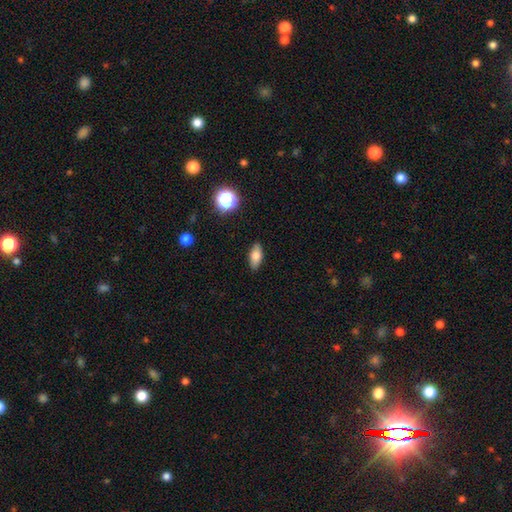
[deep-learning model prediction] Smooth or featured?
  - smooth: 77% *
  - featured or disk: 14%
  - star or artifact: 9%
How rounded?
  - in between: 84% *
  - cigar-shaped: 11%
  - round: 4%
Merging?
  - none: 88% *
  - minor disturbance: 9%
  - major disturbance: 2%
  - merger: 1%